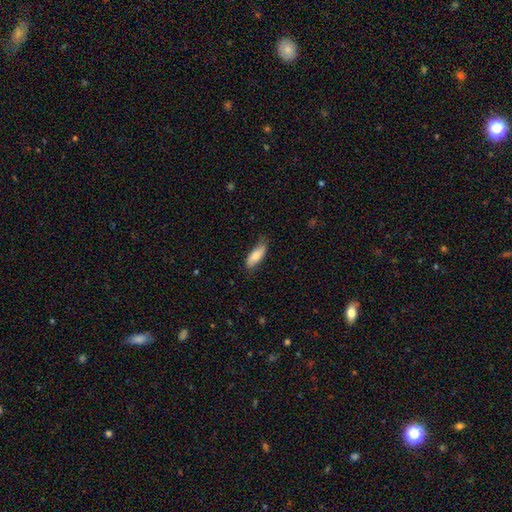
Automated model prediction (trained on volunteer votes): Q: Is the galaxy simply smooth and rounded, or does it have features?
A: smooth — 77%.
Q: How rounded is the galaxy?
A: in between — 70%.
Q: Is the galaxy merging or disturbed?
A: none — 71%.